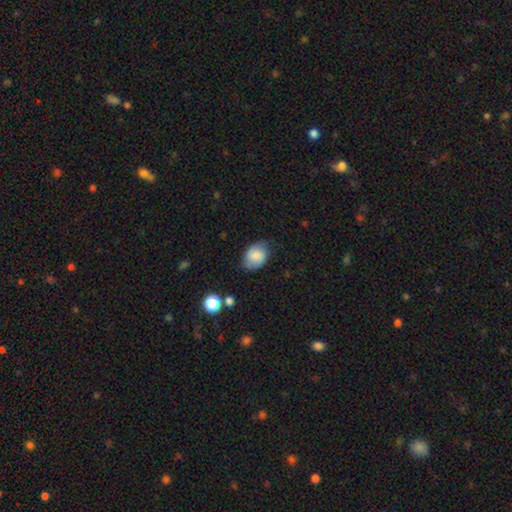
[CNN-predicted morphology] Smooth or featured?
  - smooth: 71% *
  - featured or disk: 21%
  - star or artifact: 8%
How rounded?
  - in between: 71% *
  - round: 28%
  - cigar-shaped: 1%
Merging?
  - none: 61% *
  - minor disturbance: 29%
  - major disturbance: 8%
  - merger: 2%